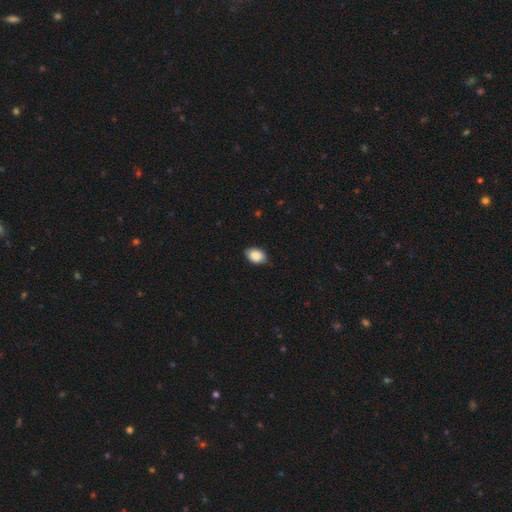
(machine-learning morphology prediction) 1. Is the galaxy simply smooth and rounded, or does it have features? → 89% smooth, 7% star or artifact, 4% featured or disk.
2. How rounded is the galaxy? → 84% in between, 15% round, 1% cigar-shaped.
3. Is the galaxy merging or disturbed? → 80% none, 16% minor disturbance, 2% major disturbance, 1% merger.